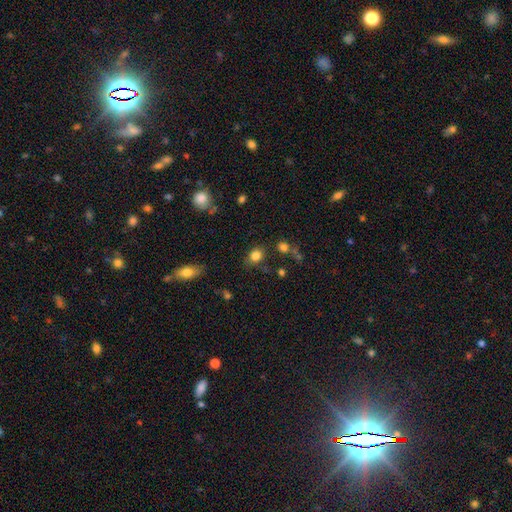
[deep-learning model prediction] Q: Smooth or featured?
A: smooth (82%); runner-up: star or artifact (12%)
Q: How rounded?
A: round (57%); runner-up: in between (41%)
Q: Merging?
A: none (75%); runner-up: minor disturbance (16%)